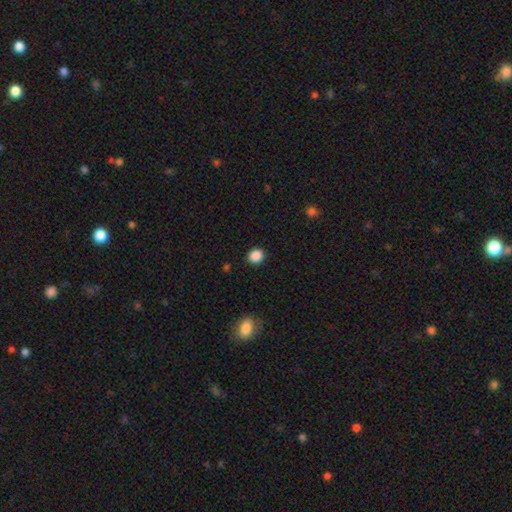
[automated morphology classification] smooth 87%, star or artifact 10%, featured or disk 3%. Down the decision tree: how rounded — round (82%); merging — none (91%).